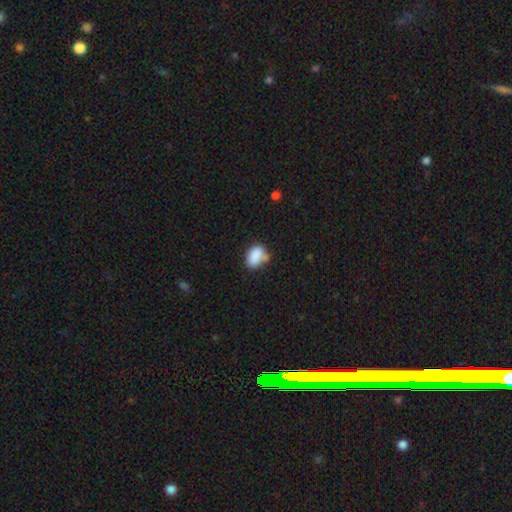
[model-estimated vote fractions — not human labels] Overall: smooth (85%). How rounded: in between (84%). Merging: none (56%; minor disturbance 24%).